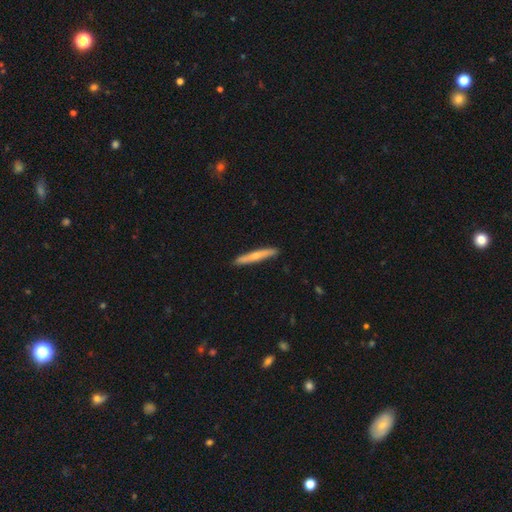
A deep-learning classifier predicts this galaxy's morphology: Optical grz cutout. It shows a smooth galaxy with no disk features (53%) that is cigar-shaped (95%). Merging: none (90%).